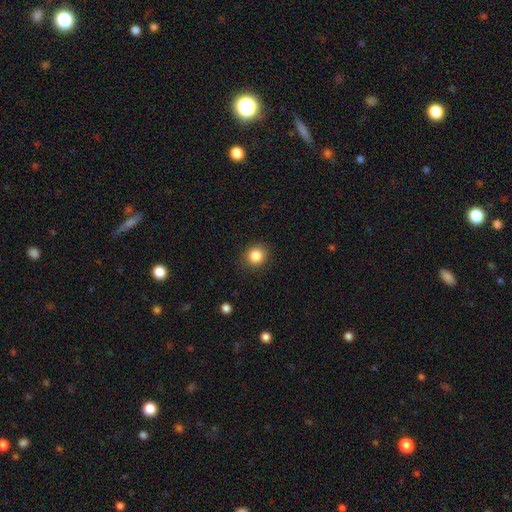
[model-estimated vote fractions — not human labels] smooth_or_featured: smooth (p=0.85) [alt: star or artifact p=0.10]
how_rounded: round (p=0.82) [alt: in between p=0.17]
merging: none (p=0.88) [alt: minor disturbance p=0.08]